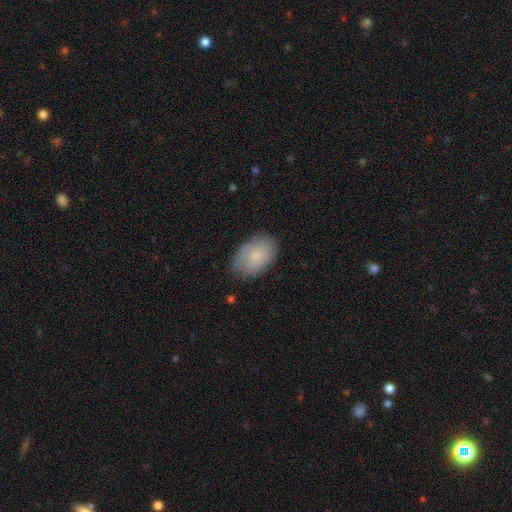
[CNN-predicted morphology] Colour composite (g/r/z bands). It shows a smooth galaxy with no disk features (71%) that is in between round and cigar-shaped (89%). Merging: none (71%).